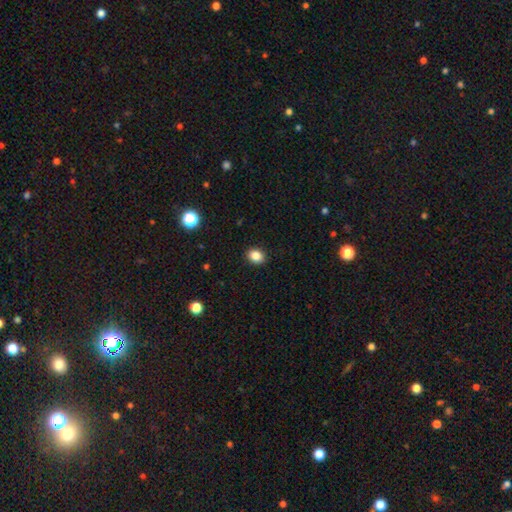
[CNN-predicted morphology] The model was most divided on "how rounded": round: 56%, in between: 43%, cigar-shaped: 1%. More confident: merging — none (91%); smooth or featured — smooth (86%).